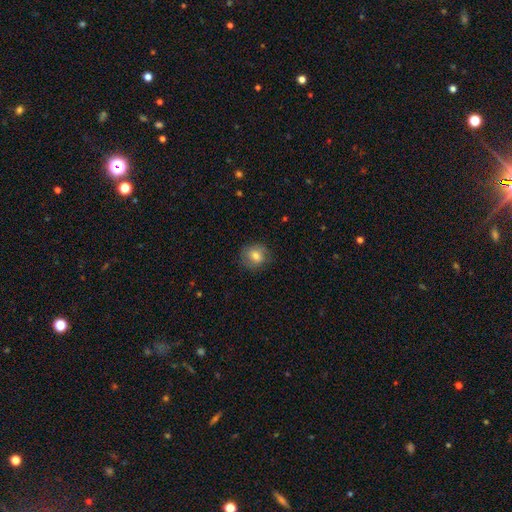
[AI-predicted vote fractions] A smooth galaxy with no disk features (77%) that is round (76%).

Vote fractions:
- Smooth or featured? smooth: 77% / featured or disk: 14% / star or artifact: 9%
- How rounded? round: 76% / in between: 23% / cigar-shaped: 1%
- Merging? none: 82% / minor disturbance: 13% / major disturbance: 4% / merger: 1%